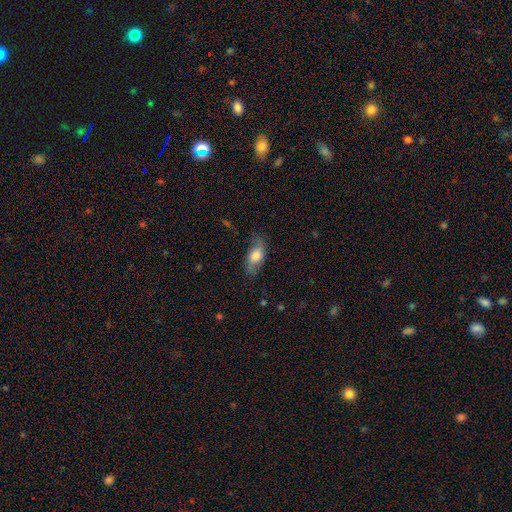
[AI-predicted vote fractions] A smooth galaxy with no disk features (72%) that is in between round and cigar-shaped (86%).

Vote fractions:
- Smooth or featured? smooth: 72% / featured or disk: 22% / star or artifact: 6%
- How rounded? in between: 86% / cigar-shaped: 10% / round: 4%
- Merging? none: 76% / minor disturbance: 18% / major disturbance: 5% / merger: 1%